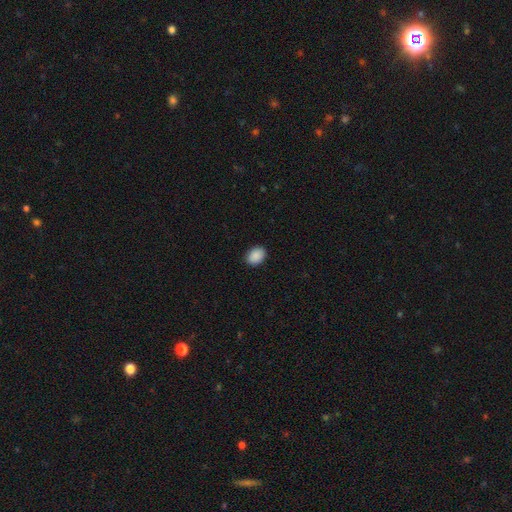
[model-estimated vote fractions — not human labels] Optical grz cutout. It shows a smooth galaxy with no disk features (90%) that is in between round and cigar-shaped (71%). Merging: none (90%).